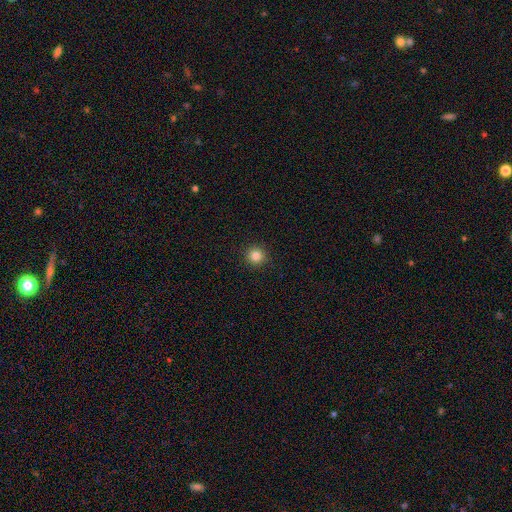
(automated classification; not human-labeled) smooth_or_featured: smooth (p=0.83) [alt: star or artifact p=0.12]
how_rounded: round (p=0.96) [alt: in between p=0.03]
merging: none (p=0.93) [alt: minor disturbance p=0.05]